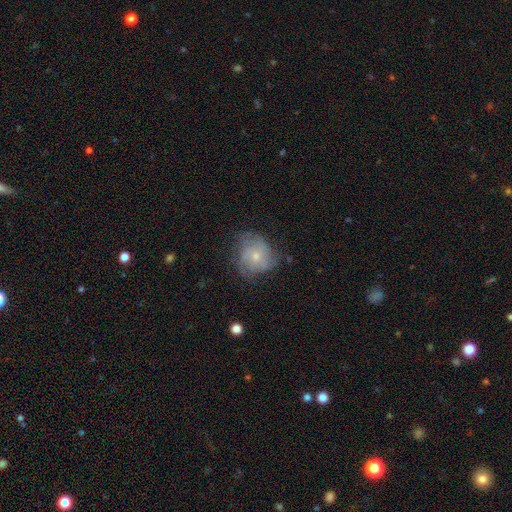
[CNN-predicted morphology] The model was most divided on "smooth or featured": featured or disk: 54%, smooth: 37%, star or artifact: 9%. More confident: edge-on disk — no (98%); bar — no (82%); spiral arms — yes (76%); bulge size — small (60%); merging — none (59%).